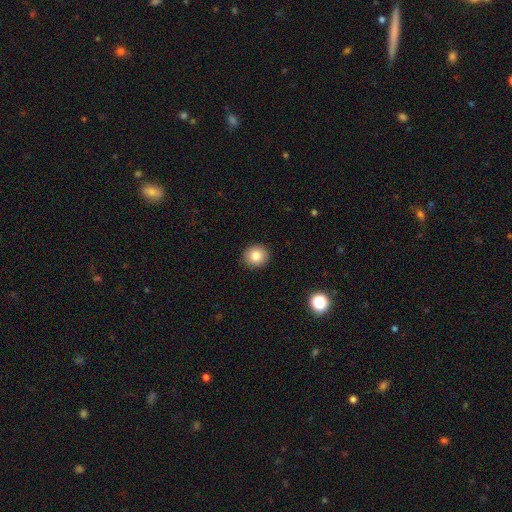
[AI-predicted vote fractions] Q: Smooth or featured?
A: smooth (83%); runner-up: star or artifact (9%)
Q: How rounded?
A: round (90%); runner-up: in between (9%)
Q: Merging?
A: none (92%); runner-up: minor disturbance (5%)